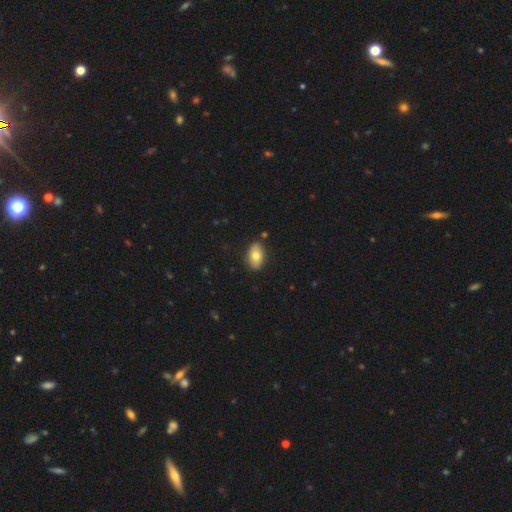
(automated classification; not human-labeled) Smooth or featured? Predicted: smooth (p=0.77). How rounded? Predicted: in between (p=0.90). Merging? Predicted: none (p=0.85).